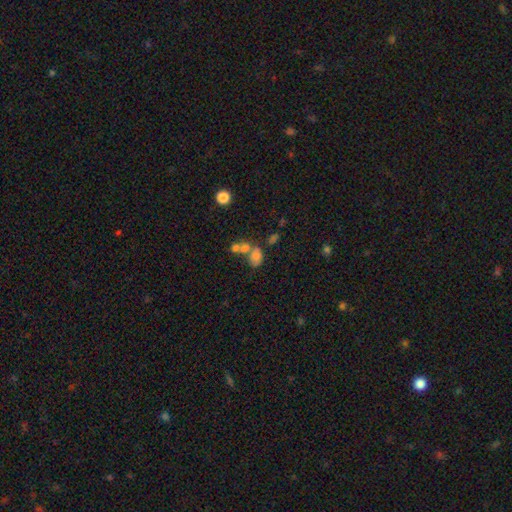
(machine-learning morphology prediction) Smooth or featured? Predicted: smooth (p=0.66). How rounded? Predicted: in between (p=0.71). Merging? Predicted: merger (p=0.53).